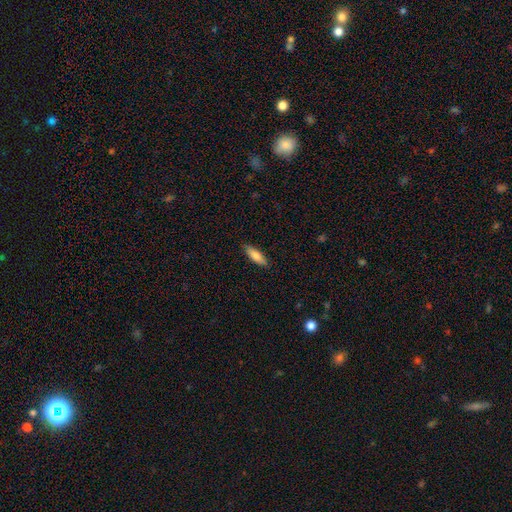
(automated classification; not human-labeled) A smooth galaxy with no disk features (81%) that is in between round and cigar-shaped (51%). Merging: none (87%).